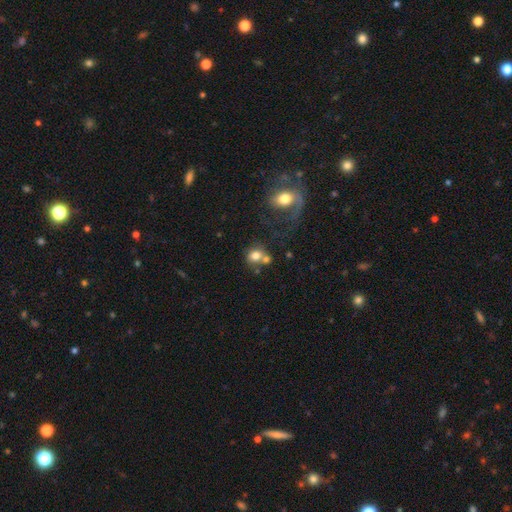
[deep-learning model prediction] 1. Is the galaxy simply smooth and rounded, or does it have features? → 72% smooth, 17% featured or disk, 11% star or artifact.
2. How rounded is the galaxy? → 71% round, 28% in between, 1% cigar-shaped.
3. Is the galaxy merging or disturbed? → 40% none, 38% merger, 12% minor disturbance, 10% major disturbance.